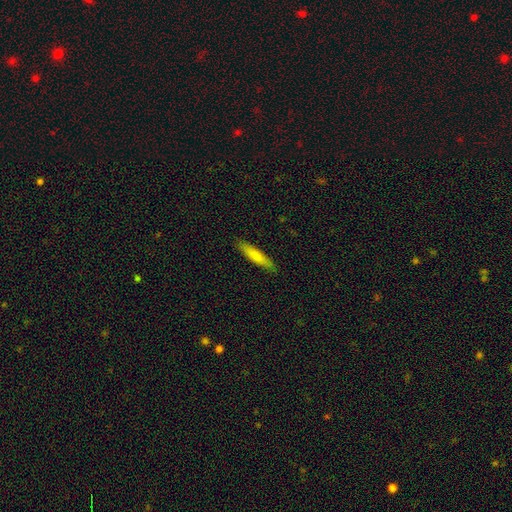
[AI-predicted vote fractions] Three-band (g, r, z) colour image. It shows a smooth galaxy with no disk features (77%) that is cigar-shaped (83%). Merging: none (89%).